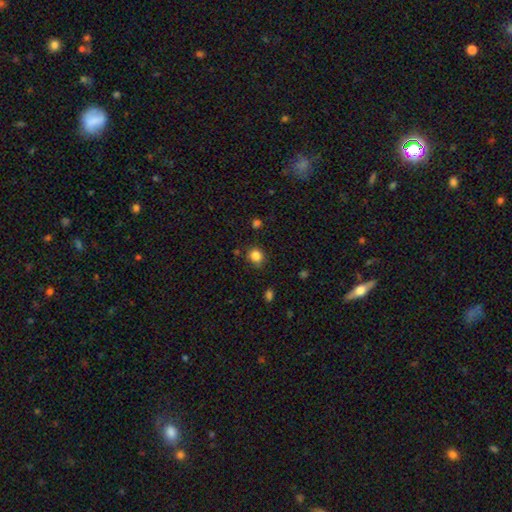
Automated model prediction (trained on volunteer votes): Overall: smooth (84%). How rounded: round (80%). Merging: none (80%).